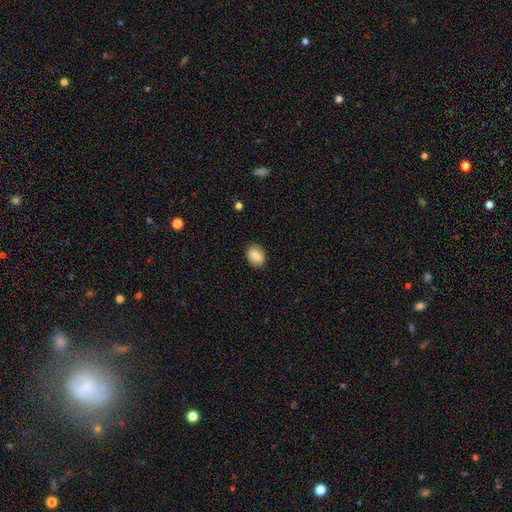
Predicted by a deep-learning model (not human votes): Smooth or featured? smooth (80%)
How rounded? in between (71%)
Merging? none (86%)